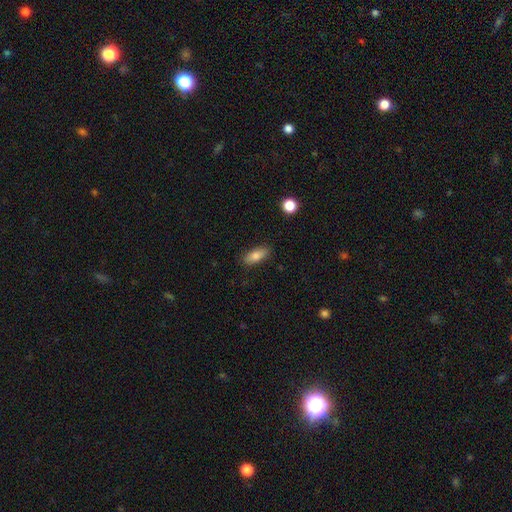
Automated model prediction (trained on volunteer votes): Smooth or featured? smooth (78%)
How rounded? in between (75%)
Merging? none (87%)